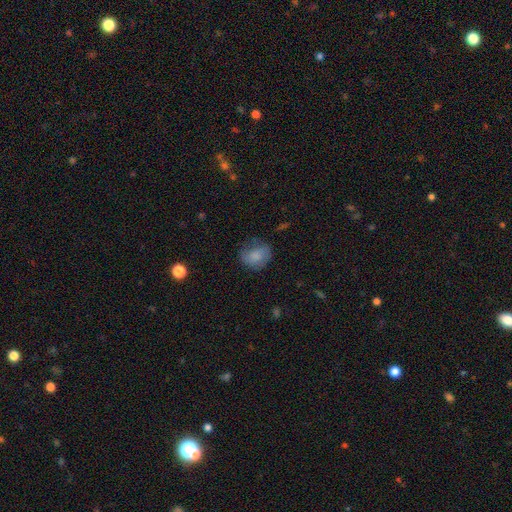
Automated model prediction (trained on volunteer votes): A smooth galaxy with no disk features (77%) that is round (53%).

Vote fractions:
- Smooth or featured? smooth: 77% / featured or disk: 14% / star or artifact: 9%
- How rounded? round: 53% / in between: 46% / cigar-shaped: 1%
- Merging? none: 56% / minor disturbance: 29% / major disturbance: 13% / merger: 2%